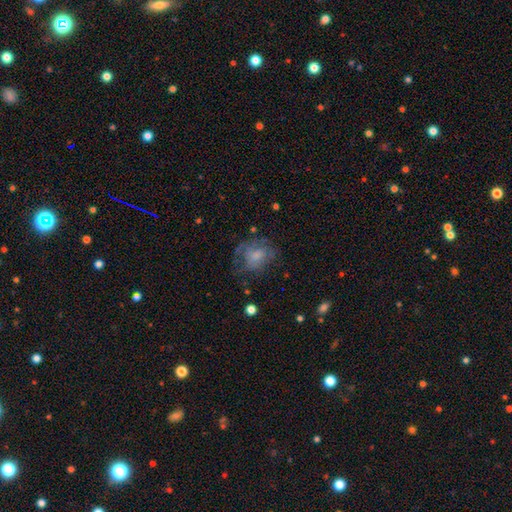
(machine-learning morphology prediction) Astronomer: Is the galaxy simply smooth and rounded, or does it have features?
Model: smooth — 52% (runner-up: featured or disk, 38%).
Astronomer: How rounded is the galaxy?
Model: in between — 50% (runner-up: round, 49%).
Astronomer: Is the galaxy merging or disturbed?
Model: none — 47% (runner-up: major disturbance, 26%).